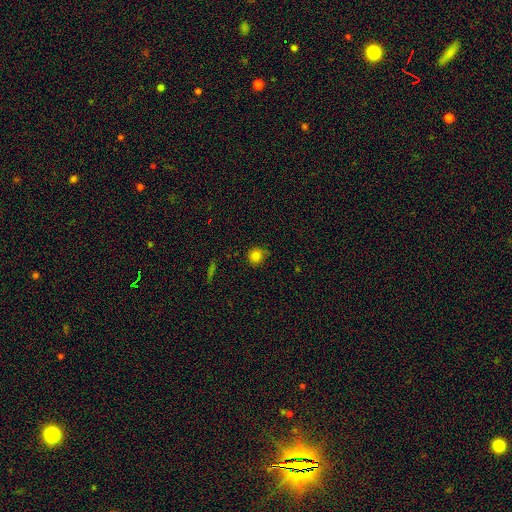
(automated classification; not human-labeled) smooth_or_featured: smooth (p=0.82) [alt: star or artifact p=0.12]
how_rounded: round (p=0.92) [alt: in between p=0.07]
merging: none (p=0.78) [alt: minor disturbance p=0.17]